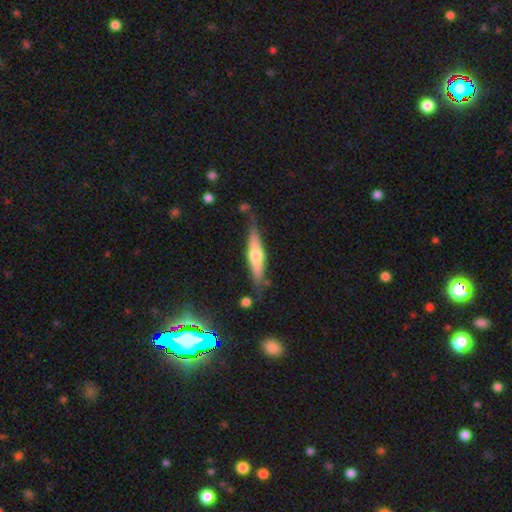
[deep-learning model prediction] Overall: featured or disk (54%; smooth 41%). Edge-on disk: yes (91%). Merging: none (76%).